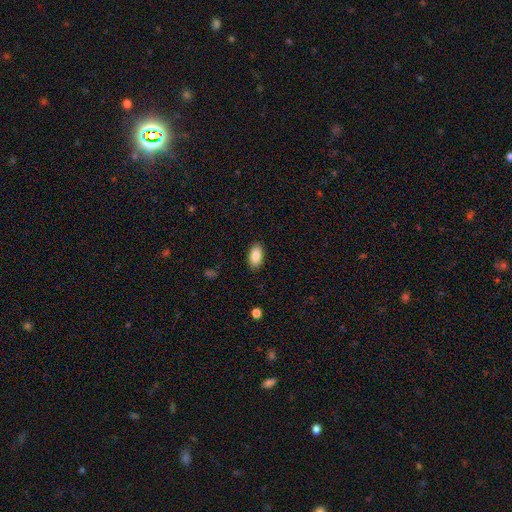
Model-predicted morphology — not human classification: Q: Smooth or featured?
A: smooth (86%); runner-up: featured or disk (7%)
Q: How rounded?
A: in between (94%); runner-up: round (4%)
Q: Merging?
A: none (88%); runner-up: minor disturbance (9%)